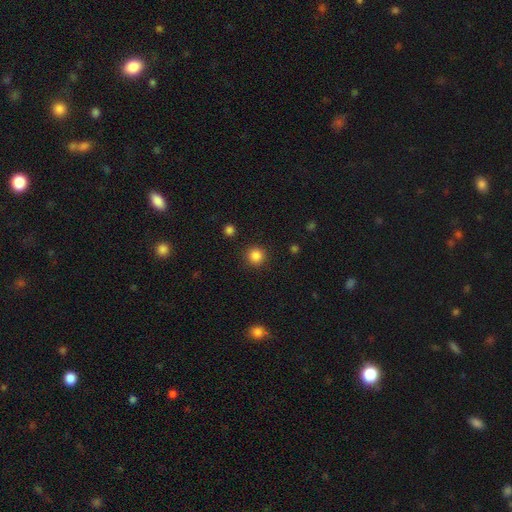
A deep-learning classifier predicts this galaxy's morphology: Smooth or featured?
  - smooth: 85% *
  - star or artifact: 11%
  - featured or disk: 3%
How rounded?
  - round: 94% *
  - in between: 5%
  - cigar-shaped: 1%
Merging?
  - none: 91% *
  - minor disturbance: 5%
  - major disturbance: 2%
  - merger: 1%